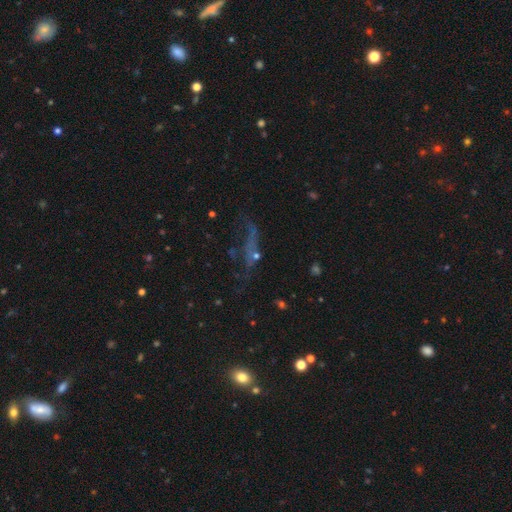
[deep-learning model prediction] This appears to be a star or artifact, not a galaxy (46%).